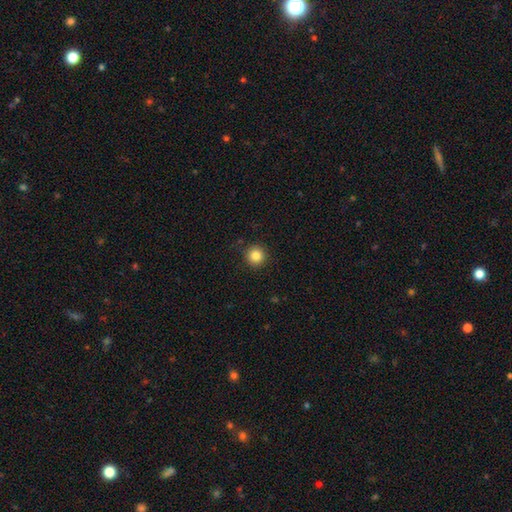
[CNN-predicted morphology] Smooth or featured?
  - smooth: 84% *
  - star or artifact: 11%
  - featured or disk: 5%
How rounded?
  - round: 95% *
  - in between: 4%
  - cigar-shaped: 1%
Merging?
  - none: 91% *
  - minor disturbance: 6%
  - major disturbance: 2%
  - merger: 1%